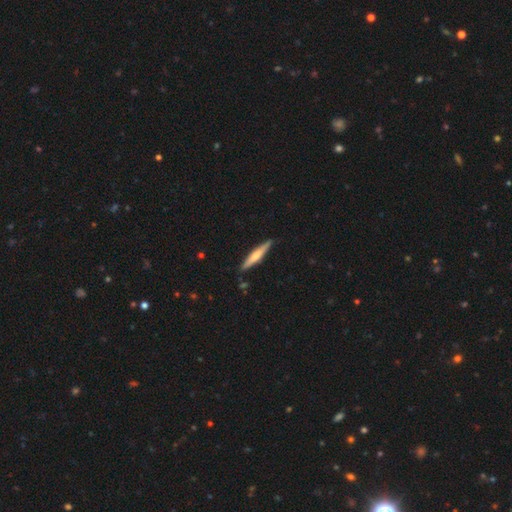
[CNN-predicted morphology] This is possibly a smooth galaxy (49%). Merging: clearly none (88%).